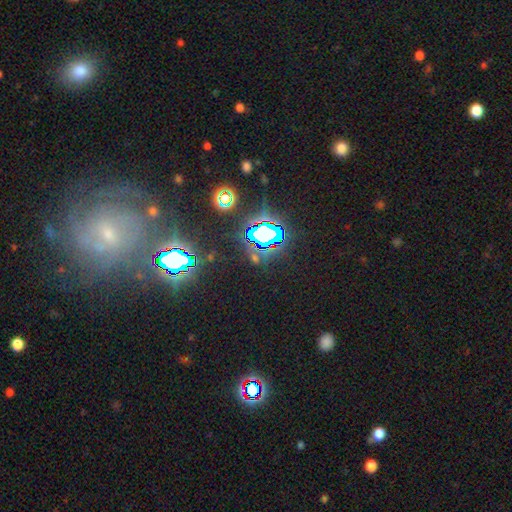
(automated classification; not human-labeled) Smooth or featured? star or artifact (79%)